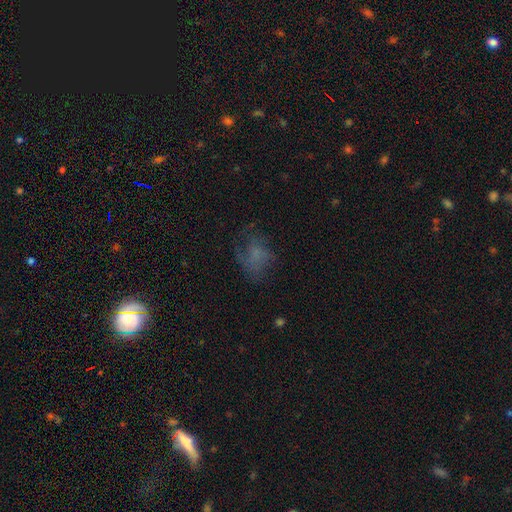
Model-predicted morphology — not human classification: A smooth galaxy with no disk features (49%).

Vote fractions:
- Smooth or featured? smooth: 49% / featured or disk: 33% / star or artifact: 18%
- Merging? none: 46% / major disturbance: 30% / minor disturbance: 22% / merger: 2%